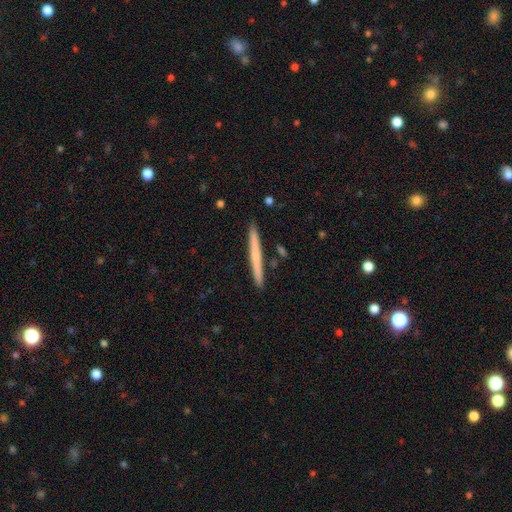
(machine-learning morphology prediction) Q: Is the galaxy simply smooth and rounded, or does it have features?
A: smooth — 58%.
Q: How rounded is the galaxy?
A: cigar-shaped — 97%.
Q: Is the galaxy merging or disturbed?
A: none — 91%.